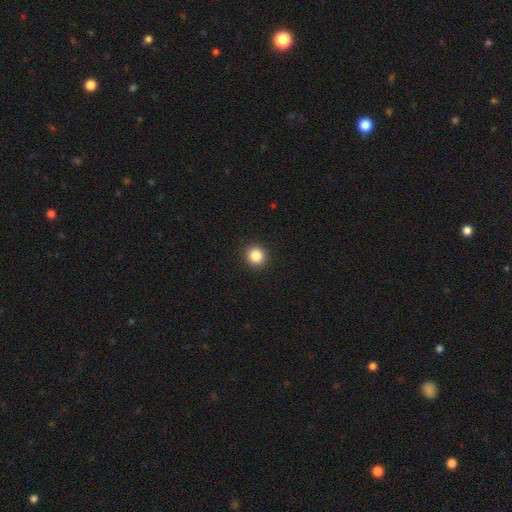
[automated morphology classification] smooth-or-featured: smooth: 86% | star or artifact: 10% | featured or disk: 4%
  how-rounded: round: 91% | in between: 8% | cigar-shaped: 1%
  merging: none: 93% | minor disturbance: 5% | major disturbance: 2% | merger: 1%